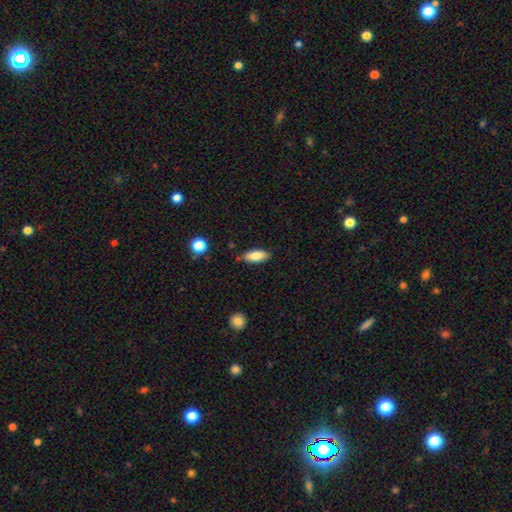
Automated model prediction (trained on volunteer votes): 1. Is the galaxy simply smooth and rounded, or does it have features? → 79% smooth, 14% featured or disk, 7% star or artifact.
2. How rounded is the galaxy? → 81% in between, 17% cigar-shaped, 3% round.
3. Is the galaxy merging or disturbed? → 84% none, 11% minor disturbance, 2% merger, 2% major disturbance.